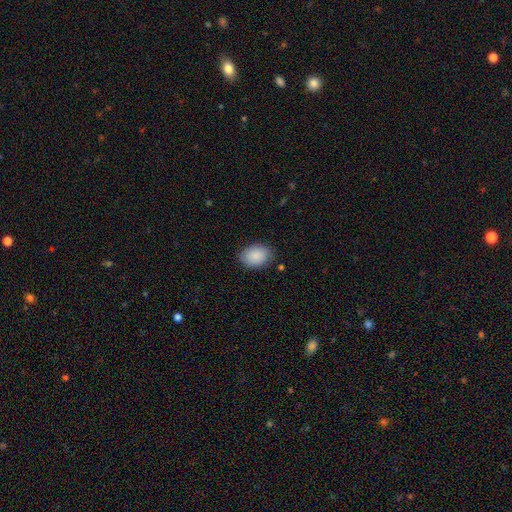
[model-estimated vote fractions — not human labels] A smooth galaxy with no disk features (89%) that is in between round and cigar-shaped (78%).

Vote fractions:
- Smooth or featured? smooth: 89% / star or artifact: 6% / featured or disk: 5%
- How rounded? in between: 78% / round: 21% / cigar-shaped: 1%
- Merging? none: 83% / minor disturbance: 13% / major disturbance: 3% / merger: 1%